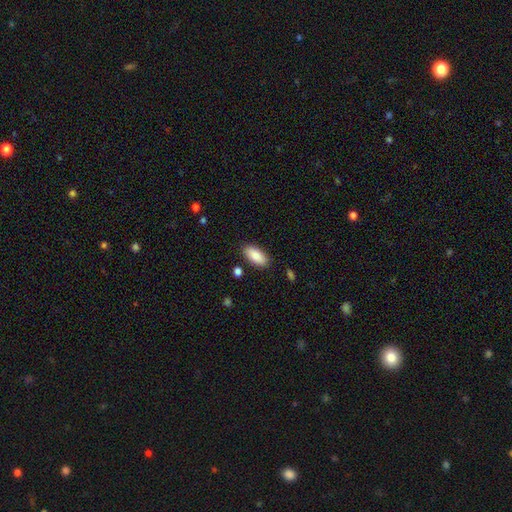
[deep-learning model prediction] This is clearly a smooth galaxy (87%). How rounded: clearly in between (89%). Merging: clearly none (86%).